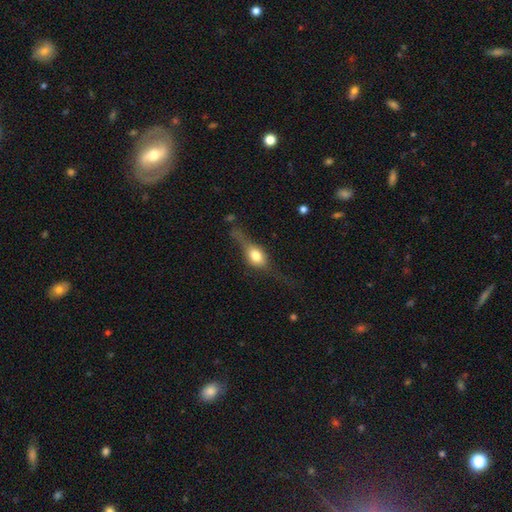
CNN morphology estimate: Overall: smooth (48%; featured or disk 43%). Merging: none (43%; major disturbance 28%).